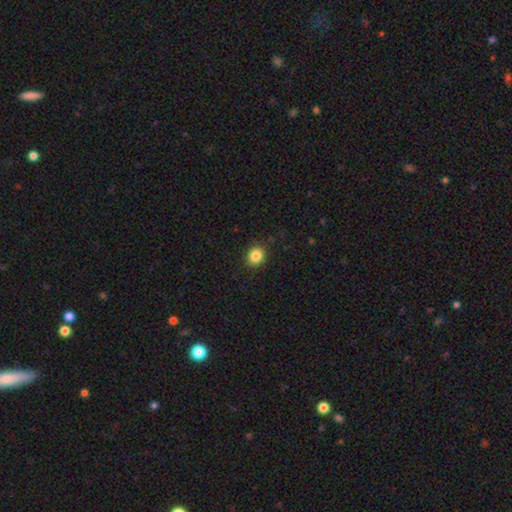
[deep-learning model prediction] This is clearly a smooth galaxy (85%). How rounded: likely round (74%). Merging: clearly none (89%).